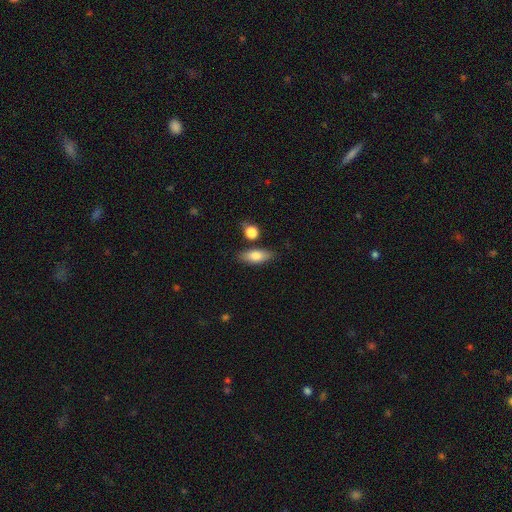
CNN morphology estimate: A smooth galaxy with no disk features (77%) that is in between round and cigar-shaped (72%). Merging: none (78%).